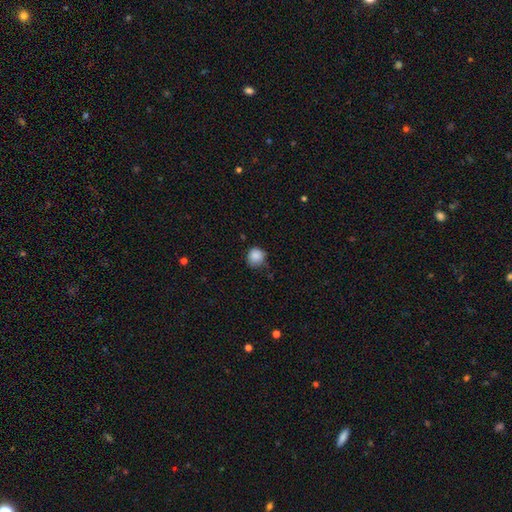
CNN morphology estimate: Smooth or featured?
  - smooth: 87% *
  - star or artifact: 9%
  - featured or disk: 4%
How rounded?
  - round: 90% *
  - in between: 9%
  - cigar-shaped: 1%
Merging?
  - none: 73% *
  - minor disturbance: 22%
  - major disturbance: 4%
  - merger: 2%